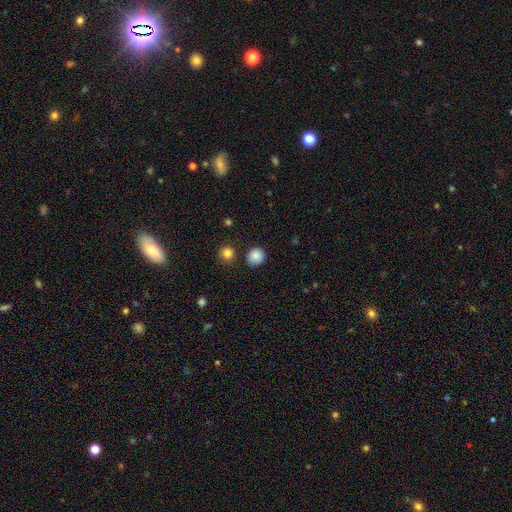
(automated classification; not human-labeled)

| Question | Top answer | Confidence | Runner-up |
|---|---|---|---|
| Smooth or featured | smooth | 87% | star or artifact (10%) |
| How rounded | round | 89% | in between (10%) |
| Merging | none | 84% | minor disturbance (10%) |